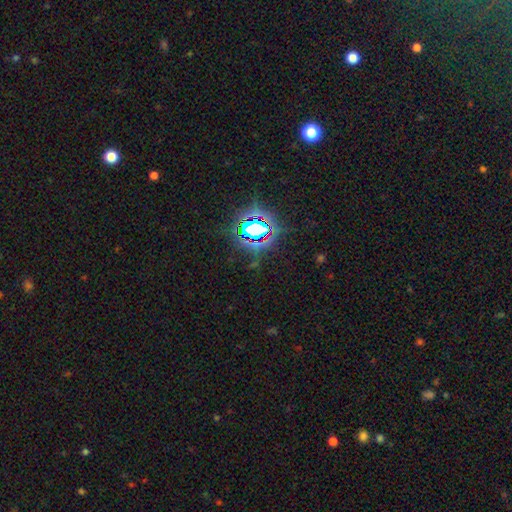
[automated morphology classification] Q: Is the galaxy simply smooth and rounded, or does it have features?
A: star or artifact — 79%.